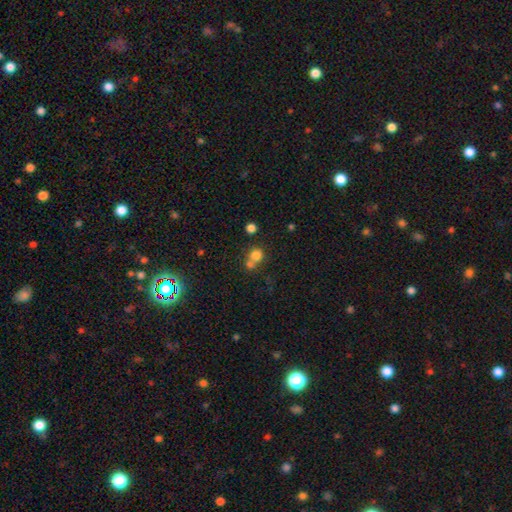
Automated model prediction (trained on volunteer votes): smooth_or_featured: smooth (p=0.77) [alt: star or artifact p=0.14]
how_rounded: round (p=0.84) [alt: in between p=0.15]
merging: merger (p=0.46) [alt: none p=0.43]